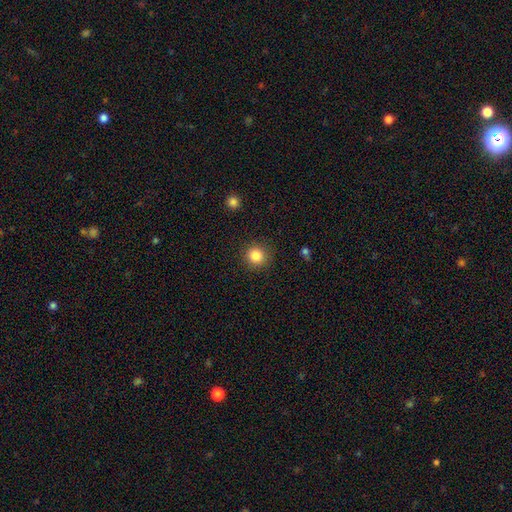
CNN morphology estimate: This is clearly a smooth galaxy (85%). How rounded: clearly round (92%). Merging: clearly none (89%).